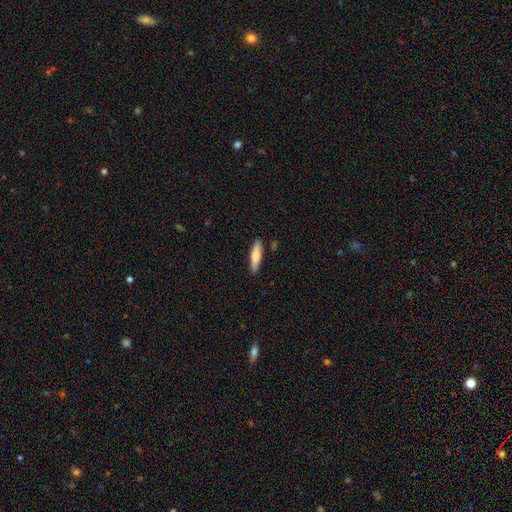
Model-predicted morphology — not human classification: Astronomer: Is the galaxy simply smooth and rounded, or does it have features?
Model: smooth — 77%.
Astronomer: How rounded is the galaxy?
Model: cigar-shaped — 68%.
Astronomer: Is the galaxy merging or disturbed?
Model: none — 88%.